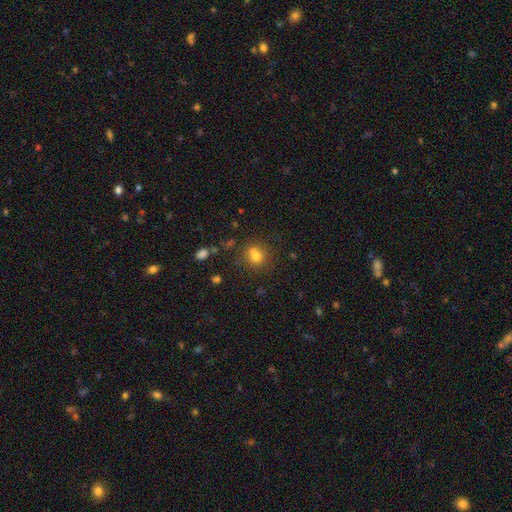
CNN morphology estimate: This is likely a smooth galaxy (73%). How rounded: likely round (76%). Merging: possibly none (56%).